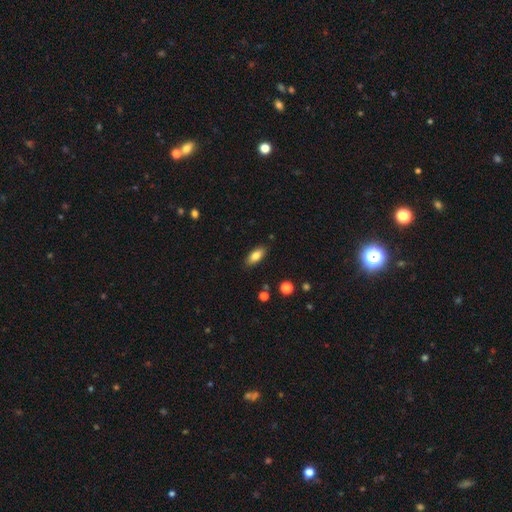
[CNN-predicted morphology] Overall: smooth (81%). How rounded: in between (83%). Merging: none (86%).